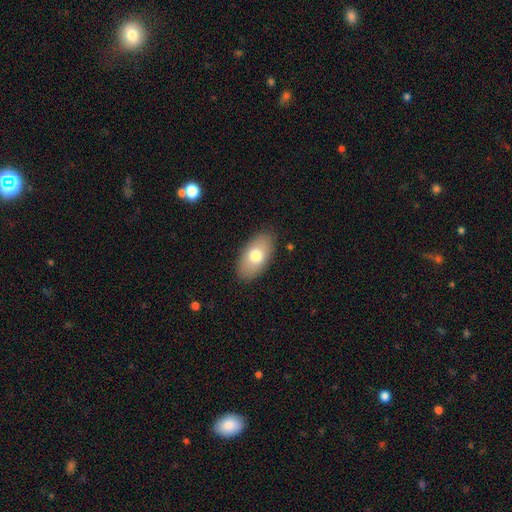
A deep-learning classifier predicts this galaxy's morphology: Smooth or featured: smooth — 73% (featured or disk — 20%)
How rounded: in between — 93% (round — 5%)
Merging: none — 86% (minor disturbance — 10%)